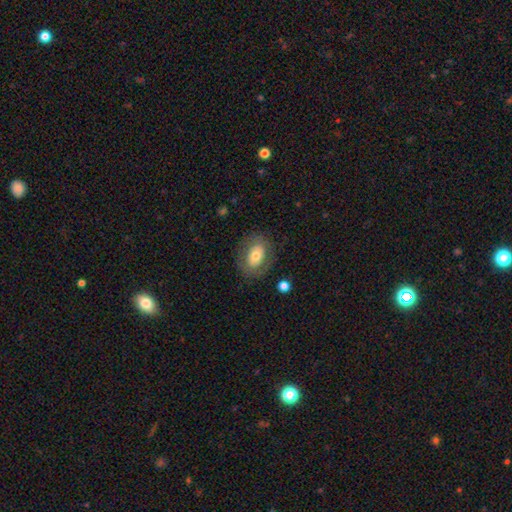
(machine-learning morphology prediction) Smooth or featured: smooth — 59% (featured or disk — 33%)
How rounded: in between — 73% (round — 25%)
Merging: none — 78% (minor disturbance — 13%)